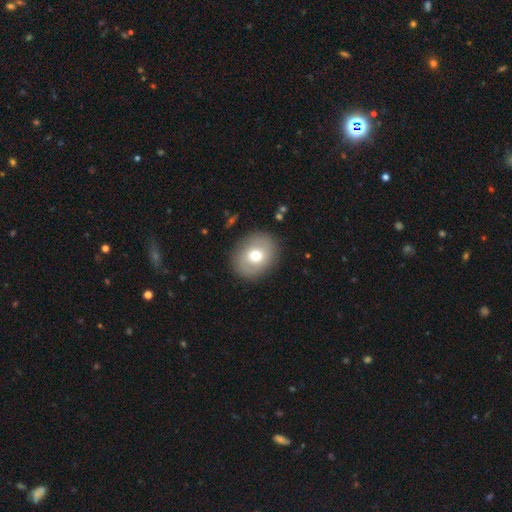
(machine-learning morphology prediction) The model was most divided on "how rounded": round: 57%, in between: 42%, cigar-shaped: 1%. More confident: merging — none (86%); smooth or featured — smooth (66%).